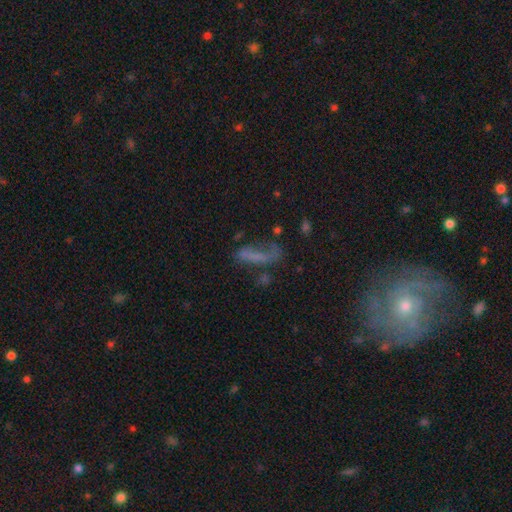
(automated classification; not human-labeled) This is possibly a smooth galaxy (47%). Merging: marginally none (37%).